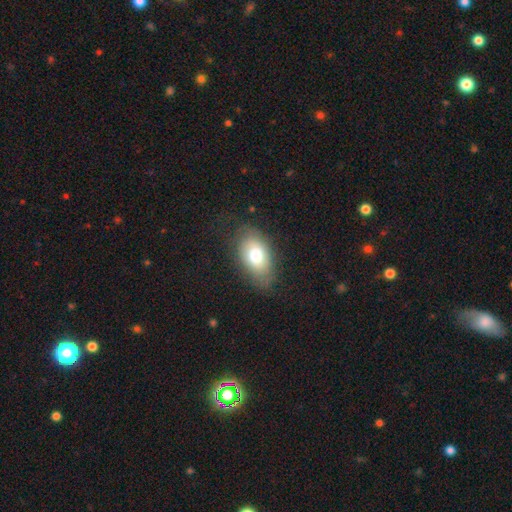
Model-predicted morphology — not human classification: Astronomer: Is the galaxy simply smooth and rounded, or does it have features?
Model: smooth — 76%.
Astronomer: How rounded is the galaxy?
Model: in between — 91%.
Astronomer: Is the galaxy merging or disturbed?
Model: none — 71%.